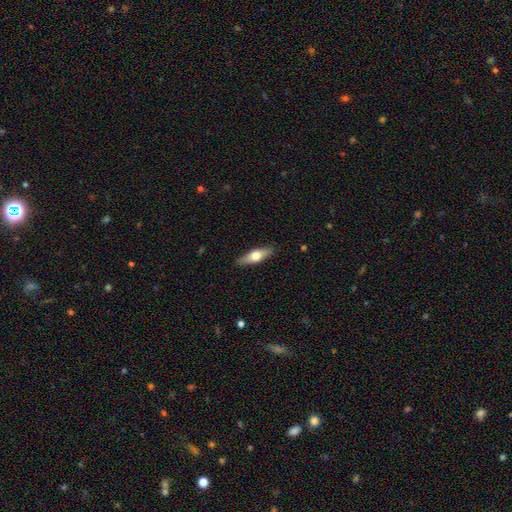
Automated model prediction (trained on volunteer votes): smooth 51%, featured or disk 43%, star or artifact 6%. Down the decision tree: how rounded — cigar-shaped (50%); merging — none (88%).